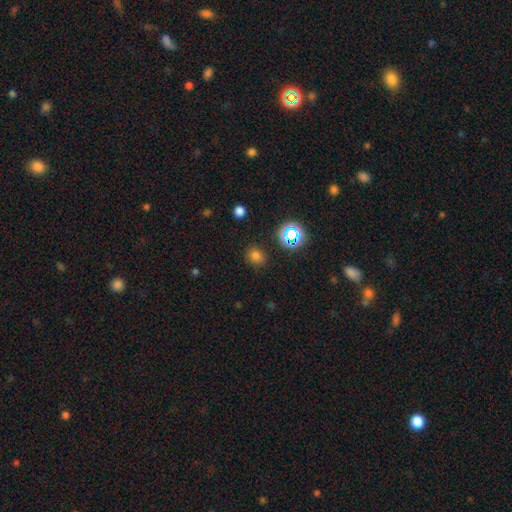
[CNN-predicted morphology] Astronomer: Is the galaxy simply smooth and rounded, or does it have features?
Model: smooth — 72%.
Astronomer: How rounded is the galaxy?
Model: round — 68%.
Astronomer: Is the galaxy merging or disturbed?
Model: none — 85%.